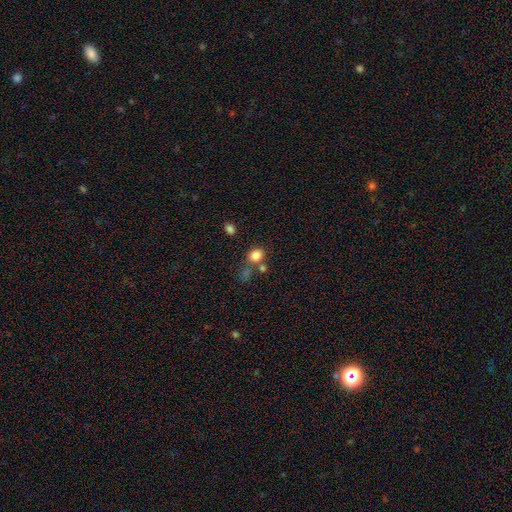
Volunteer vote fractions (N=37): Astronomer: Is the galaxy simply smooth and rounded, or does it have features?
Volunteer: smooth — 89%.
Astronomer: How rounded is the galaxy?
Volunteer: in between — 55% (runner-up: round, 45%).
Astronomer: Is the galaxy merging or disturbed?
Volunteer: none — 72%.